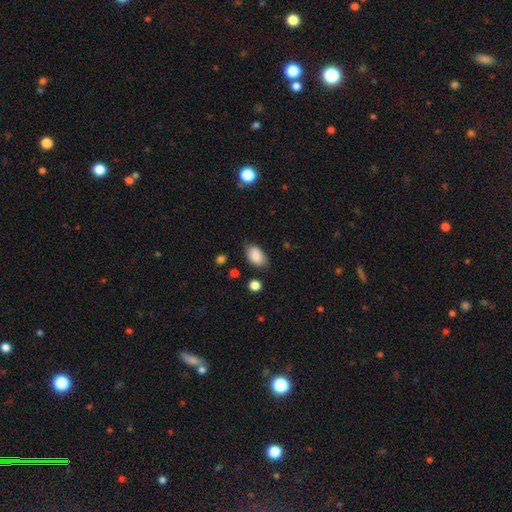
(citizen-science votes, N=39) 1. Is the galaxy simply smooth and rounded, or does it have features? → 92% smooth, 5% star or artifact, 3% featured or disk.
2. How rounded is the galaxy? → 92% in between, 8% round, 0% cigar-shaped.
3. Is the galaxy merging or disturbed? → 78% none, 14% minor disturbance, 5% major disturbance, 3% merger.